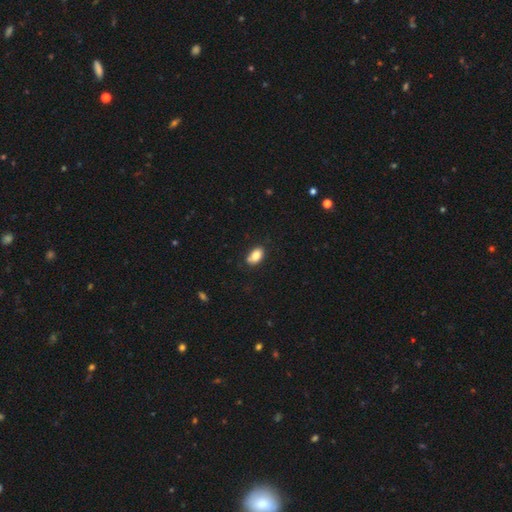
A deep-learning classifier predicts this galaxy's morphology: type=smooth (85%); roundness=in between (91%); merging=none (72%).